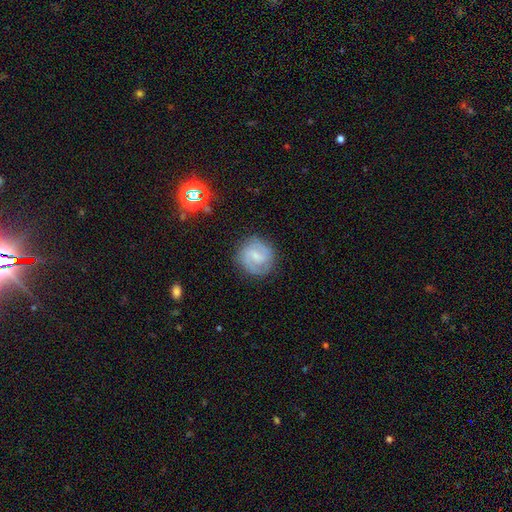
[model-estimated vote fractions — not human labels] This appears to be a featured or disk galaxy (71%) with a weak bar (59%), 2 (77%) medium (47%) spiral arms (93%) and a small central bulge (57%). Merging: none (81%).